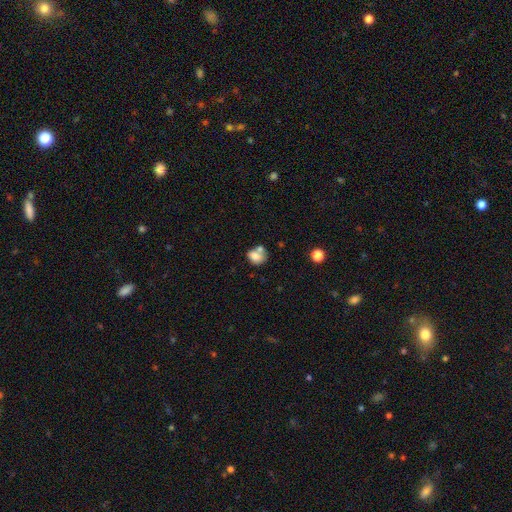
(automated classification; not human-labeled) The model was most divided on "merging": merger: 43%, none: 34%, minor disturbance: 15%, major disturbance: 8%. More confident: smooth or featured — smooth (74%); how rounded — in between (58%).